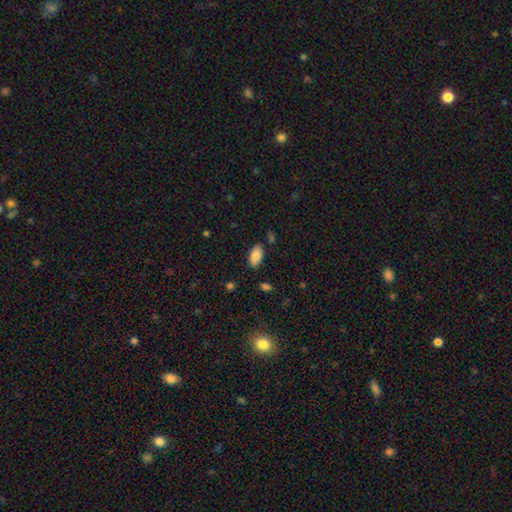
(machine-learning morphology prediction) The model was most divided on "merging": none: 82%, minor disturbance: 13%, major disturbance: 3%, merger: 3%. More confident: how rounded — in between (94%); smooth or featured — smooth (87%).